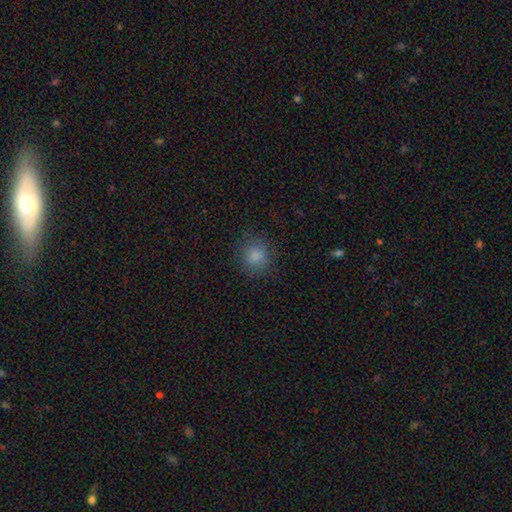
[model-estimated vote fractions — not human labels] Smooth or featured? smooth (84%)
How rounded? round (85%)
Merging? none (85%)